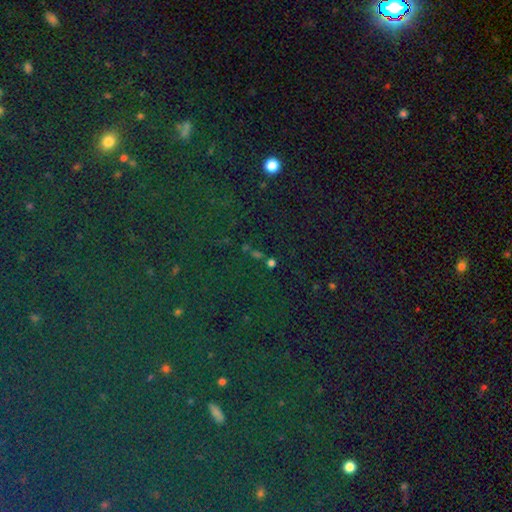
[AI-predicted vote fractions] Smooth or featured: star or artifact — 80% (smooth — 13%)